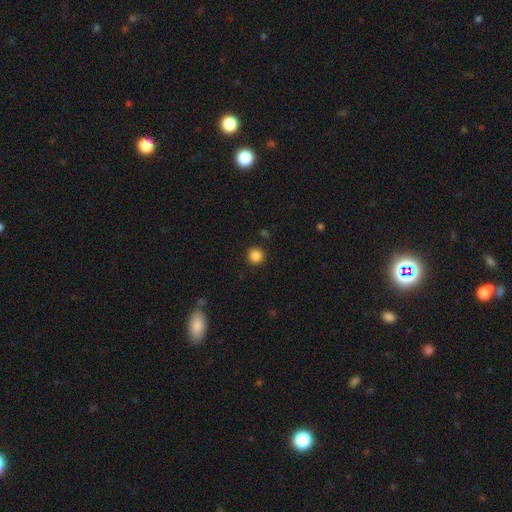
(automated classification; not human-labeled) A smooth galaxy with no disk features (86%) that is round (94%). Merging: none (91%).